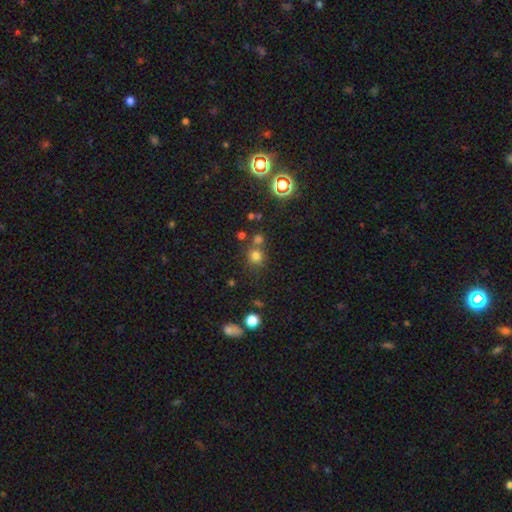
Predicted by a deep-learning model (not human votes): Q: Smooth or featured?
A: smooth (72%); runner-up: star or artifact (20%)
Q: How rounded?
A: round (89%); runner-up: in between (10%)
Q: Merging?
A: none (65%); runner-up: merger (22%)